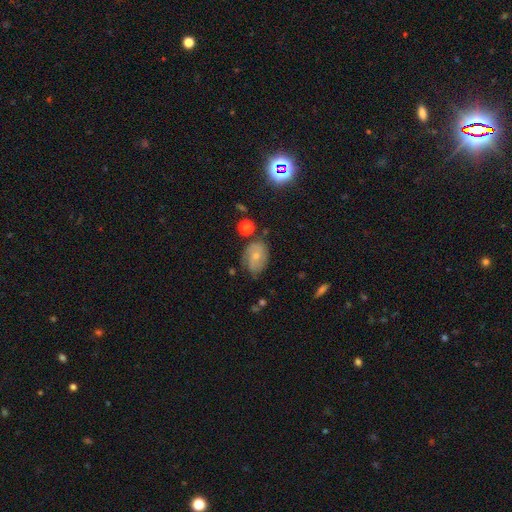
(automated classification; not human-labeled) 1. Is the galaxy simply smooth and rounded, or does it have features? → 49% smooth, 41% featured or disk, 10% star or artifact.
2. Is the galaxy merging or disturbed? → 60% none, 28% minor disturbance, 9% major disturbance, 4% merger.